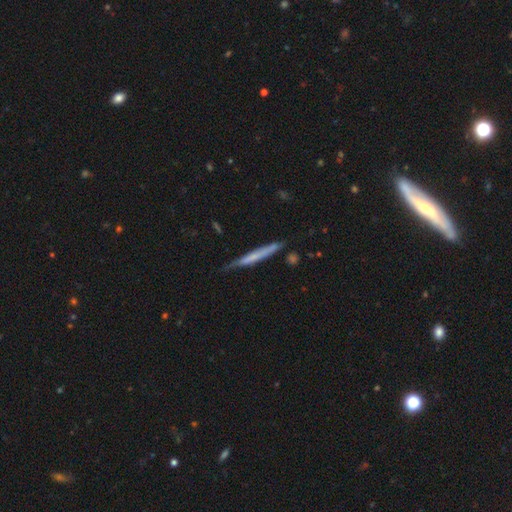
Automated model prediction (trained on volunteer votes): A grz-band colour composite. It shows a smooth galaxy with no disk features (51%) that is cigar-shaped (96%). Merging: none (73%).